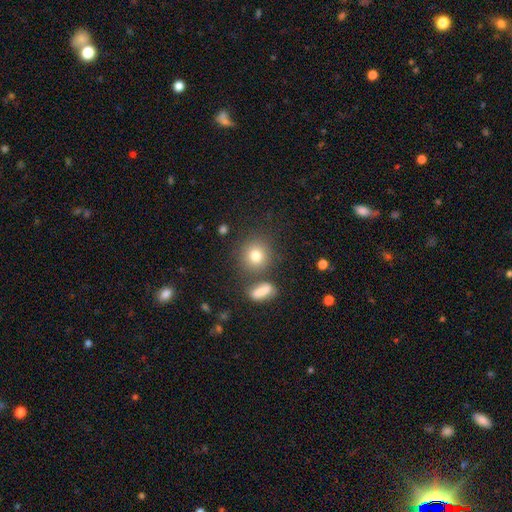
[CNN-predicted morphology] This appears to be a smooth galaxy with no disk features (80%) that is round (85%). Merging: none (75%).